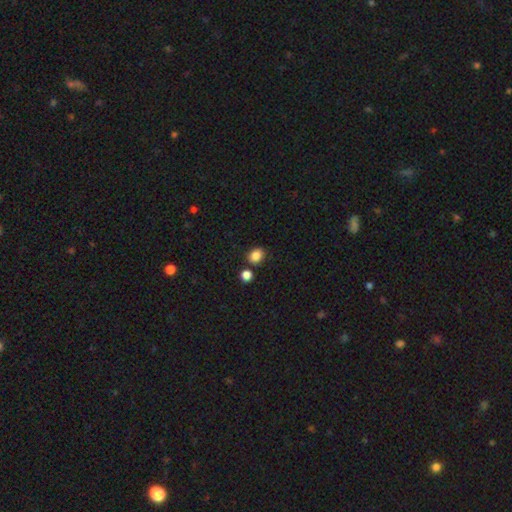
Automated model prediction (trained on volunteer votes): Smooth or featured?
  - smooth: 86% *
  - star or artifact: 10%
  - featured or disk: 4%
How rounded?
  - round: 51% *
  - in between: 48%
  - cigar-shaped: 1%
Merging?
  - none: 76% *
  - merger: 11%
  - minor disturbance: 10%
  - major disturbance: 3%